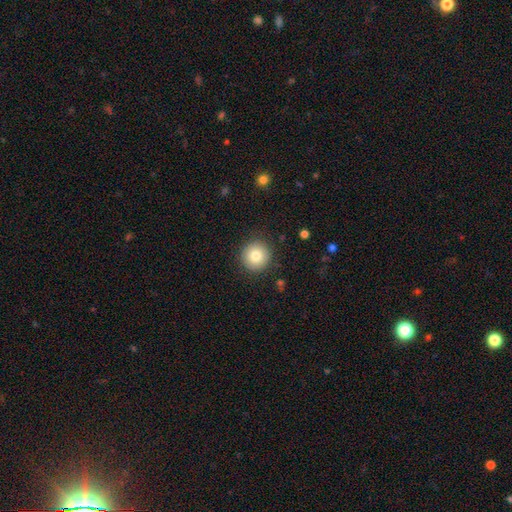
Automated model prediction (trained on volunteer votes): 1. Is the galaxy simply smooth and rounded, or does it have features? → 80% smooth, 10% star or artifact, 10% featured or disk.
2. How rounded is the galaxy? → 95% round, 4% in between, 1% cigar-shaped.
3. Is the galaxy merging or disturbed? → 90% none, 7% minor disturbance, 2% major disturbance, 1% merger.